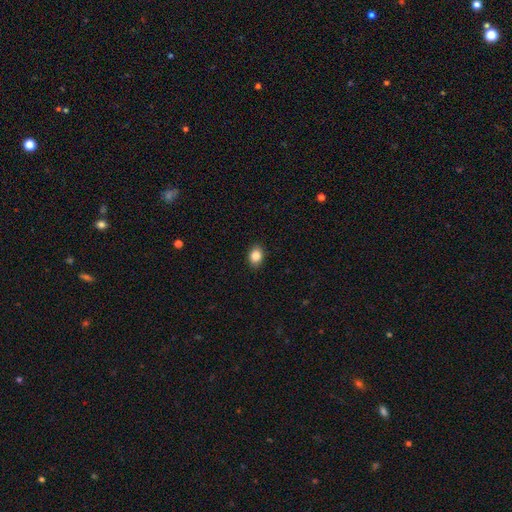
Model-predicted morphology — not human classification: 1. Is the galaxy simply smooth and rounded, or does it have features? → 85% smooth, 9% star or artifact, 6% featured or disk.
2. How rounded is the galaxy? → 67% in between, 32% round, 1% cigar-shaped.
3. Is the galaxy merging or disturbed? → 89% none, 8% minor disturbance, 2% major disturbance, 1% merger.